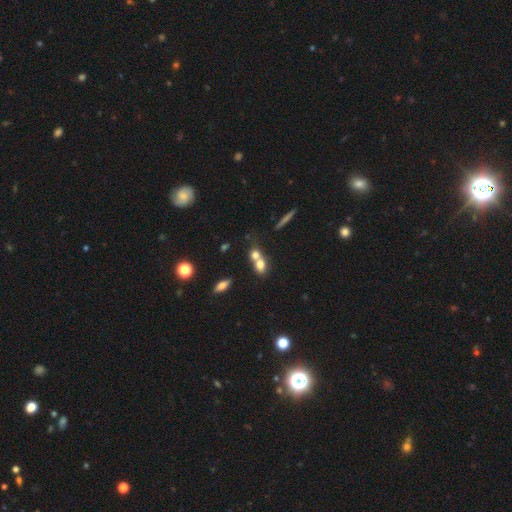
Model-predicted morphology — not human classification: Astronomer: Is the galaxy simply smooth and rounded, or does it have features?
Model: smooth — 70%.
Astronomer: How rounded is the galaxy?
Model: in between — 47% (runner-up: round, 46%).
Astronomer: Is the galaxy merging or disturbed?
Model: merger — 62%.